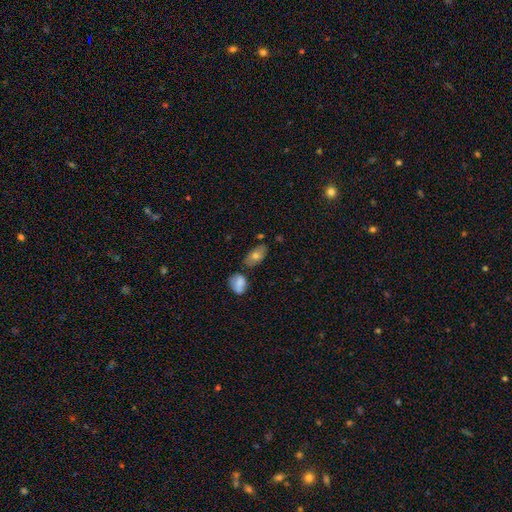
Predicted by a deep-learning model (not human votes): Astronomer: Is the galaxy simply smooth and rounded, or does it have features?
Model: smooth — 70%.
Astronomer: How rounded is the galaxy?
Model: in between — 90%.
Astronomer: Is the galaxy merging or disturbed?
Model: none — 66%.